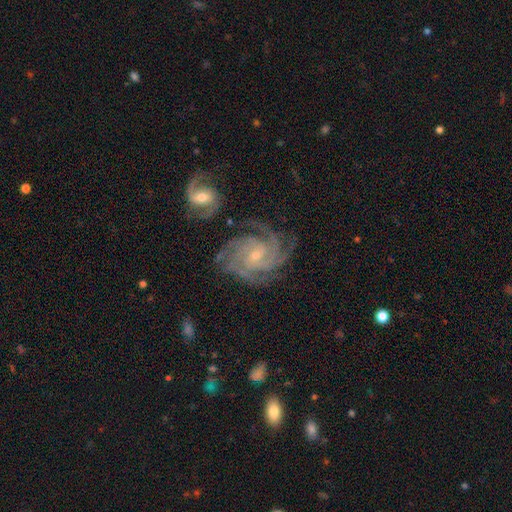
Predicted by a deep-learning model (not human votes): A featured or disk galaxy (91%) with no bar (54%), 4 (41%) tight (70%) spiral arms (98%) and a small central bulge (73%).

Vote fractions:
- Smooth or featured? featured or disk: 91% / star or artifact: 5% / smooth: 4%
- Edge-on disk? no: 98% / yes: 2%
- Bar? no: 54% / weak: 34% / strong: 11%
- Spiral arms? yes: 98% / no: 2%
- Spiral winding? tight: 70% / medium: 26% / loose: 4%
- Spiral arm count? 4: 41% / 3: 21% / more than 4: 12% / can't tell: 12% / 2: 8% / 1: 7%
- Bulge size? small: 73% / moderate: 23% / none: 1% / large: 1% / dominant: 1%
- Merging? none: 72% / minor disturbance: 16% / major disturbance: 6% / merger: 6%